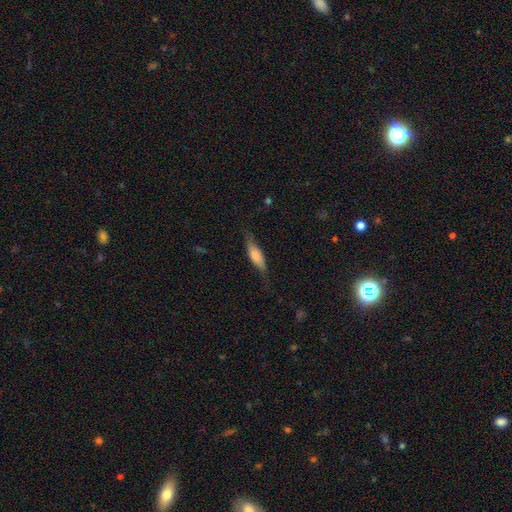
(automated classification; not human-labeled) Smooth or featured: smooth — 67% (featured or disk — 27%)
How rounded: in between — 52% (cigar-shaped — 46%)
Merging: none — 64% (minor disturbance — 26%)